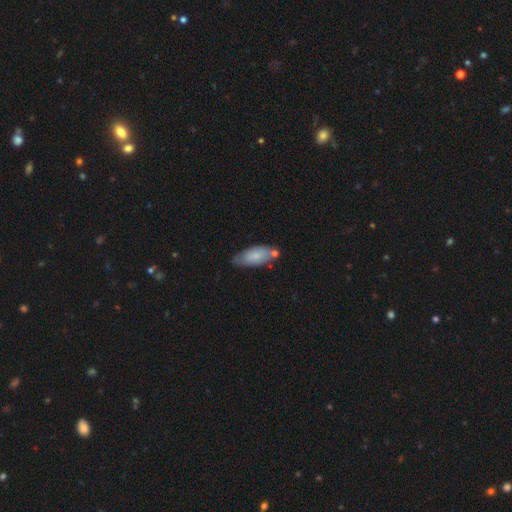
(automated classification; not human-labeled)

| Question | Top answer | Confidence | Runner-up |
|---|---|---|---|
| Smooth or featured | smooth | 75% | featured or disk (18%) |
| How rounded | in between | 80% | cigar-shaped (18%) |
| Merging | none | 61% | minor disturbance (23%) |